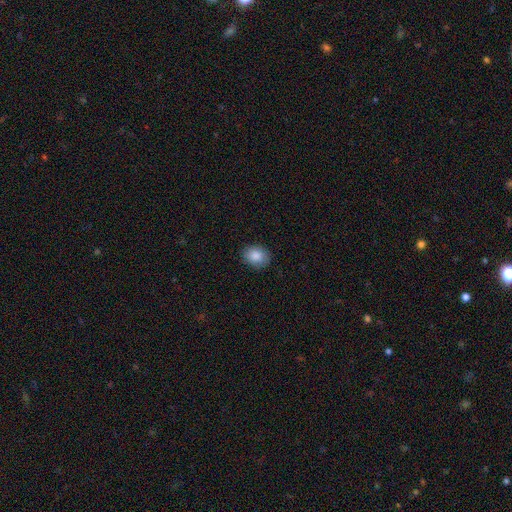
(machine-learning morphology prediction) Overall: smooth (87%). How rounded: in between (57%; round 42%). Merging: none (87%).